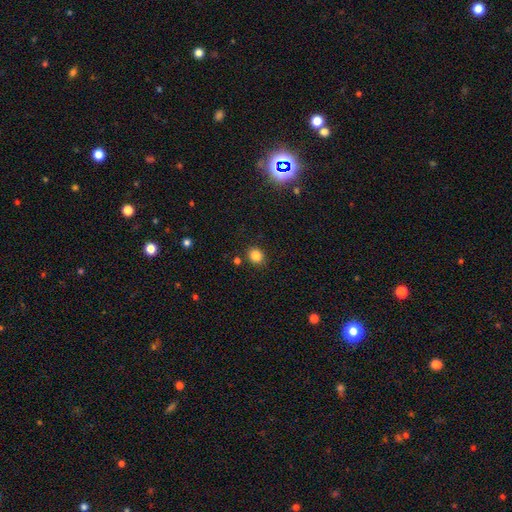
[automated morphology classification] Smooth or featured? smooth (83%)
How rounded? round (72%)
Merging? none (86%)